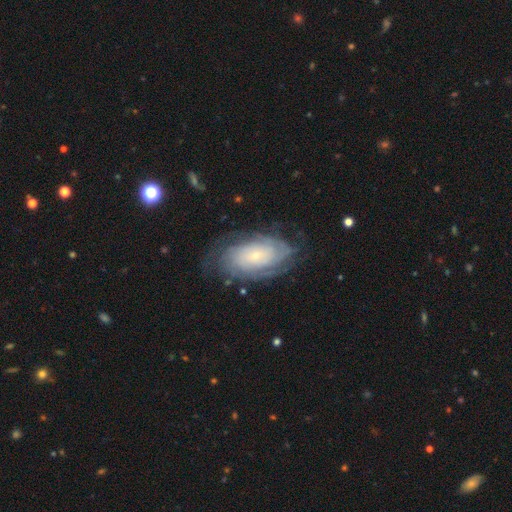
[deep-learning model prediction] featured or disk 77%, smooth 17%, star or artifact 7%. Down the decision tree: edge-on disk — no (95%); bar — no (80%); spiral arms — yes (92%); spiral arm count — can't tell (49%); spiral winding — tight (76%); bulge size — small (80%); merging — none (73%).